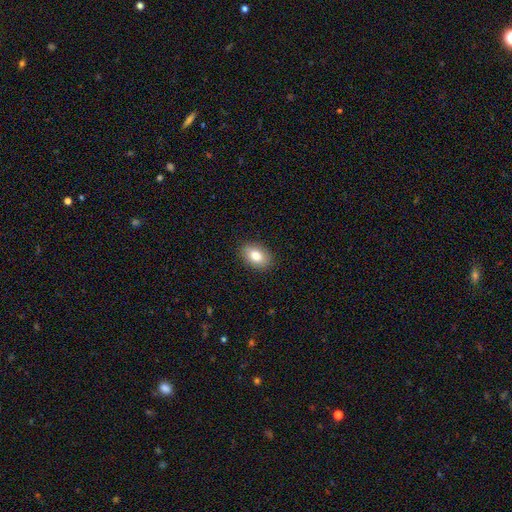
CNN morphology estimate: Smooth or featured: smooth — 82% (featured or disk — 10%)
How rounded: in between — 83% (round — 16%)
Merging: none — 88% (minor disturbance — 9%)